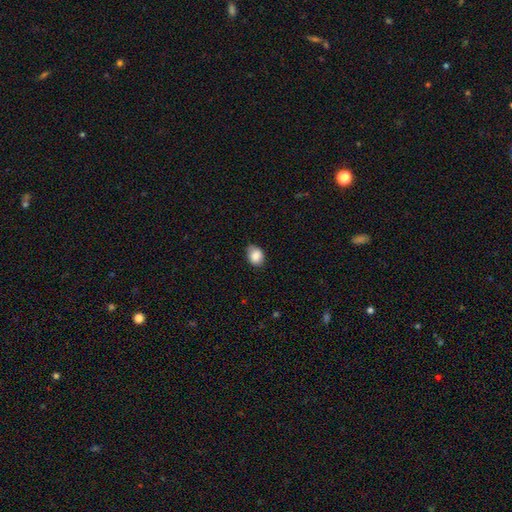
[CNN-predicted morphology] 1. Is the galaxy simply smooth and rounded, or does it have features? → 86% smooth, 8% star or artifact, 6% featured or disk.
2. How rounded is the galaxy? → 61% in between, 38% round, 1% cigar-shaped.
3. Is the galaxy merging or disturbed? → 72% none, 23% minor disturbance, 3% major disturbance, 1% merger.